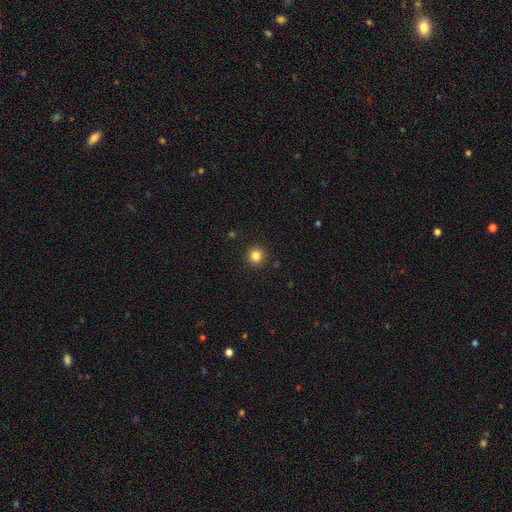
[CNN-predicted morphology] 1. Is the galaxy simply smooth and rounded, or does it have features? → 84% smooth, 12% star or artifact, 4% featured or disk.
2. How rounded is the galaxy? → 95% round, 4% in between, 1% cigar-shaped.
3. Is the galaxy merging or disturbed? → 92% none, 5% minor disturbance, 2% major disturbance, 1% merger.